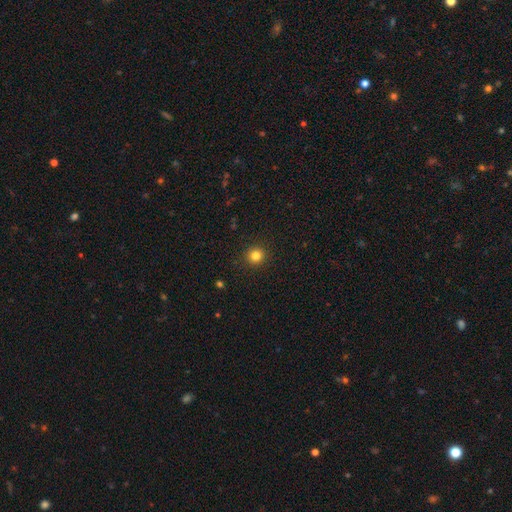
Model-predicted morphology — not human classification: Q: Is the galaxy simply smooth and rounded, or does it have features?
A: smooth — 82%.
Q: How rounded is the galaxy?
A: round — 94%.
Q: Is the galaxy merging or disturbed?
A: none — 92%.